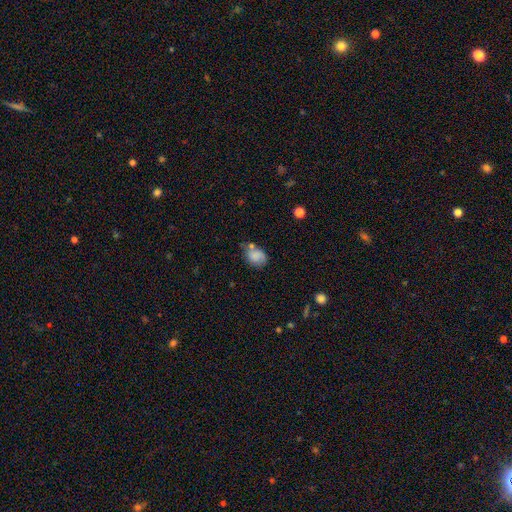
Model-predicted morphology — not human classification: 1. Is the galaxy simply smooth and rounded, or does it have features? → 76% smooth, 14% featured or disk, 10% star or artifact.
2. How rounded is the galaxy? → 60% in between, 38% round, 1% cigar-shaped.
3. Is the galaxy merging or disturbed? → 46% none, 29% minor disturbance, 14% merger, 10% major disturbance.